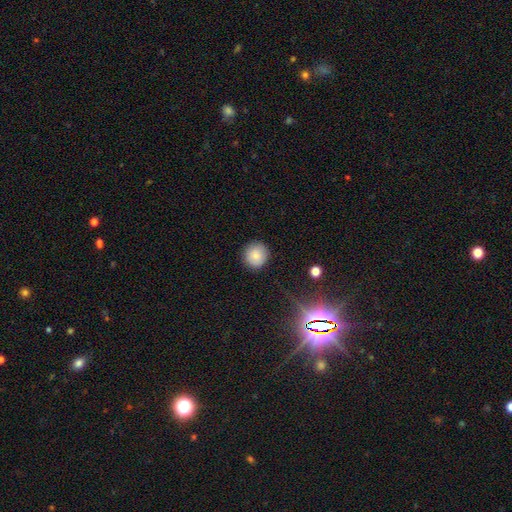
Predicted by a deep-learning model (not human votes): The model was most divided on "smooth or featured": smooth: 80%, star or artifact: 11%, featured or disk: 9%. More confident: how rounded — round (93%); merging — none (89%).